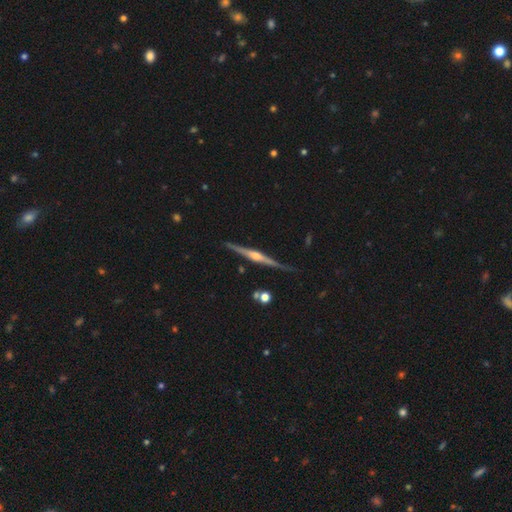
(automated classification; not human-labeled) Overall: featured or disk (85%). Edge-on disk: yes (98%). Edge-on bulge: rounded (86%). Merging: none (86%).